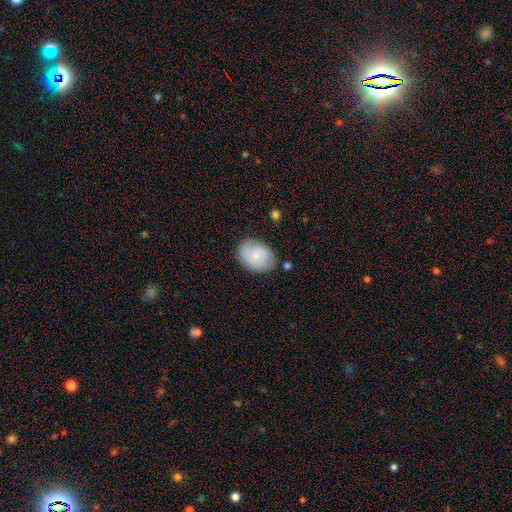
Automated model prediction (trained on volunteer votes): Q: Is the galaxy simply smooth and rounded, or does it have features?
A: smooth — 63%.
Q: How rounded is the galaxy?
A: in between — 66%.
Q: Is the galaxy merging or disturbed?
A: none — 76%.